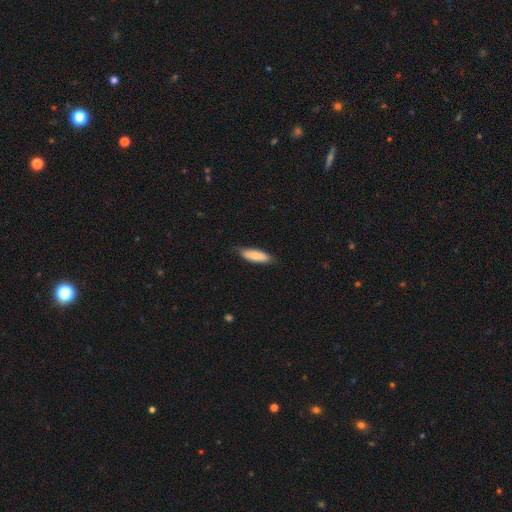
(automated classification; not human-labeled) A smooth galaxy with no disk features (79%) that is in between round and cigar-shaped (57%).

Vote fractions:
- Smooth or featured? smooth: 79% / featured or disk: 15% / star or artifact: 6%
- How rounded? in between: 57% / cigar-shaped: 42% / round: 2%
- Merging? none: 79% / minor disturbance: 18% / major disturbance: 3% / merger: 1%